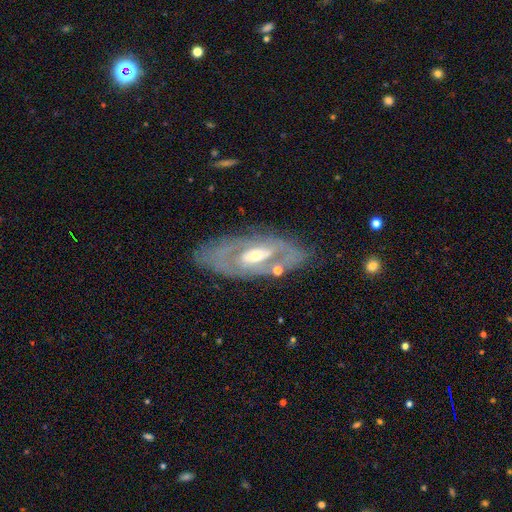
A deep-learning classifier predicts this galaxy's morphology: The model was most divided on "bulge size": moderate: 49%, small: 43%, large: 5%, none: 1%, dominant: 1%. Remaining: edge-on disk — no (89%); smooth or featured — featured or disk (79%); merging — none (71%); spiral arms — yes (64%); bar — no (45%).